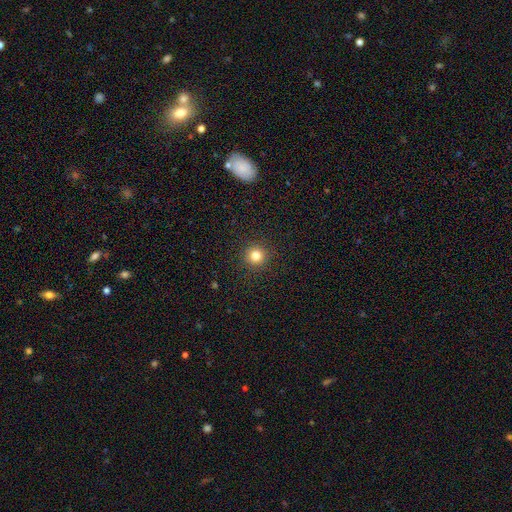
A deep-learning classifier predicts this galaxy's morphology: smooth_or_featured: smooth (p=0.81) [alt: star or artifact p=0.13]
how_rounded: round (p=0.95) [alt: in between p=0.04]
merging: none (p=0.93) [alt: minor disturbance p=0.05]